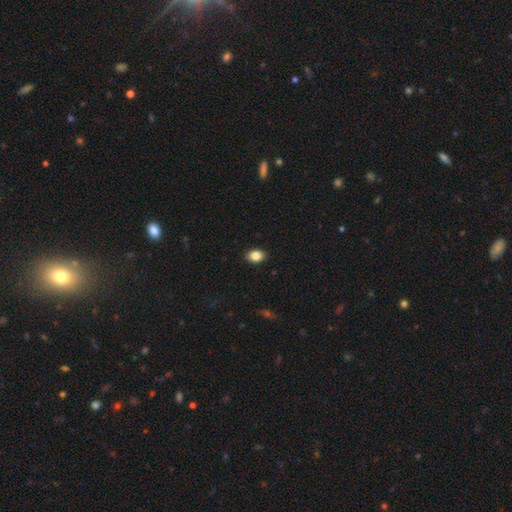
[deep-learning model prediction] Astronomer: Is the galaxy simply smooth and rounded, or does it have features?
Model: smooth — 85%.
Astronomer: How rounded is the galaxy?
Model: in between — 77%.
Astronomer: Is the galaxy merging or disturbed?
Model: none — 90%.